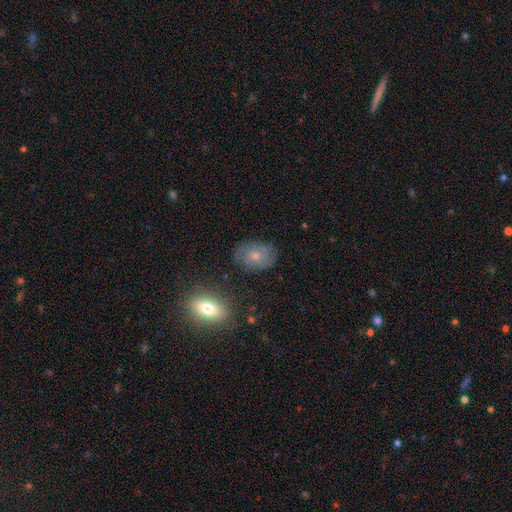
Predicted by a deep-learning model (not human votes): Smooth or featured? Predicted: smooth (p=0.45). Merging? Predicted: none (p=0.78).